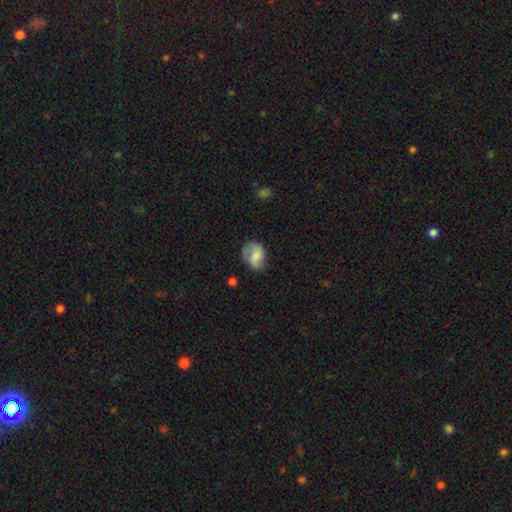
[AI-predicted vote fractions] Smooth or featured? Predicted: smooth (p=0.56). How rounded? Predicted: in between (p=0.61). Merging? Predicted: none (p=0.54).